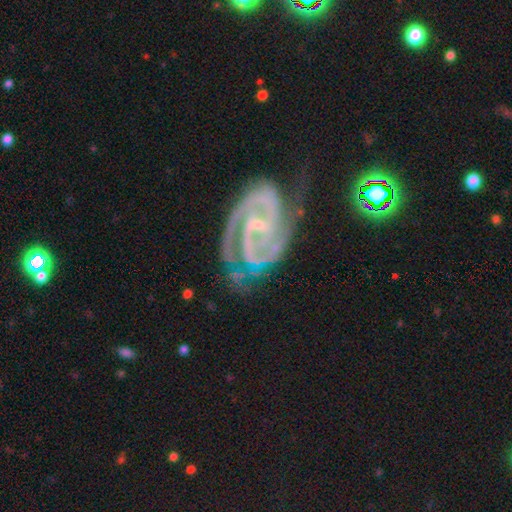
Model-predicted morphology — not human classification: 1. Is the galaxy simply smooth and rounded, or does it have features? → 92% featured or disk, 5% star or artifact, 3% smooth.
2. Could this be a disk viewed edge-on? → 98% no, 2% yes.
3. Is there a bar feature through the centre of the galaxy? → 42% weak, 33% strong, 25% no.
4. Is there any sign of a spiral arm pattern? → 98% yes, 2% no.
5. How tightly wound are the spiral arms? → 47% tight, 46% medium, 7% loose.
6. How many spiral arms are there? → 78% 2, 10% 3, 4% can't tell, 3% 4, 3% 1, 3% more than 4.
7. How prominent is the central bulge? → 81% small, 11% moderate, 6% none, 1% large, 1% dominant.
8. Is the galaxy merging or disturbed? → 60% none, 23% minor disturbance, 14% major disturbance, 3% merger.